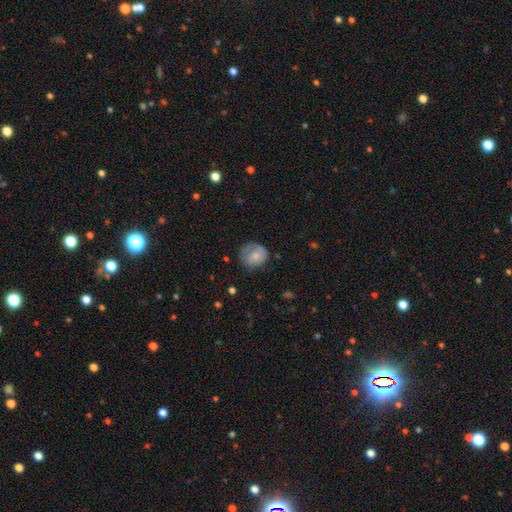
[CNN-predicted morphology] This is likely a smooth galaxy (69%). How rounded: likely round (75%). Merging: possibly none (53%).